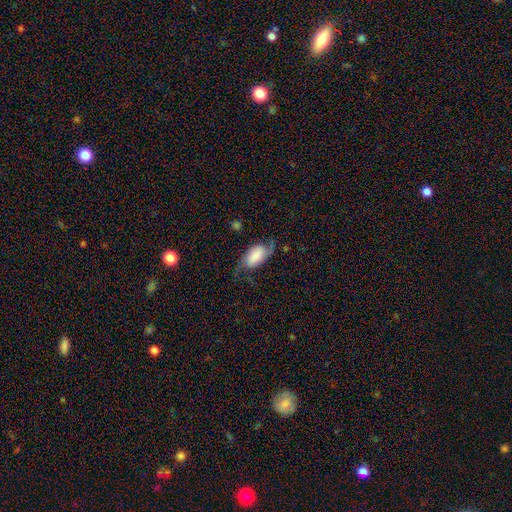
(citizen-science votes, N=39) Smooth or featured? featured or disk (72%)
Edge-on disk? no (96%)
Bar? no (44%)
Spiral arms? yes (93%)
Spiral winding? loose (76%)
Spiral arm count? 2 (84%)
Bulge size? dominant (30%)
Merging? none (76%)